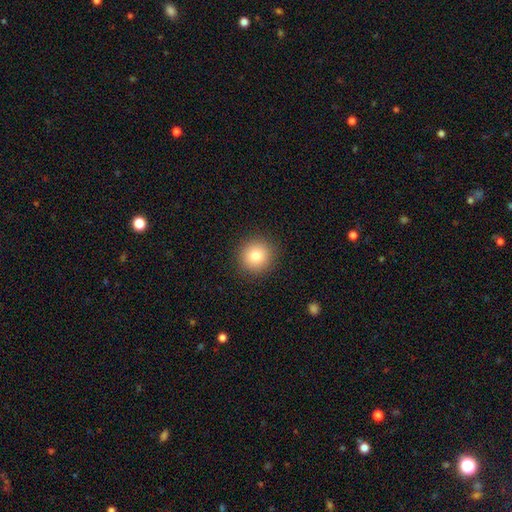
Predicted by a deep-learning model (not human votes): Overall: smooth (81%). How rounded: round (93%). Merging: none (91%).